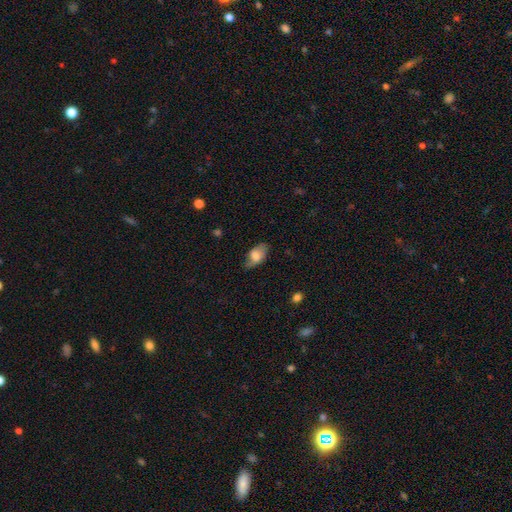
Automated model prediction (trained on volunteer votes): Morphology: type=smooth (68%); roundness=in between (92%); merging=none (60%).